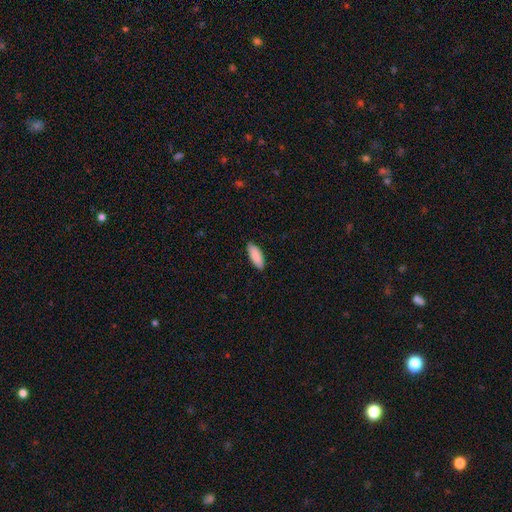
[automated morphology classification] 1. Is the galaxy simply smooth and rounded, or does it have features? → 90% smooth, 5% star or artifact, 5% featured or disk.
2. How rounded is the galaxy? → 73% in between, 26% cigar-shaped, 2% round.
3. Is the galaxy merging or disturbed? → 88% none, 10% minor disturbance, 2% major disturbance, 1% merger.